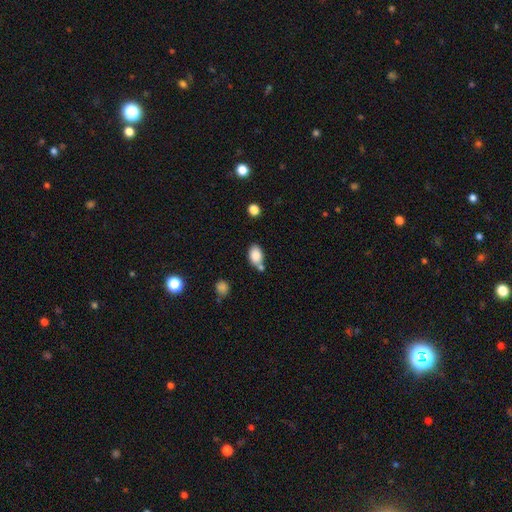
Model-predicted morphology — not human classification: This is clearly a smooth galaxy (86%). How rounded: clearly in between (85%). Merging: possibly none (56%).